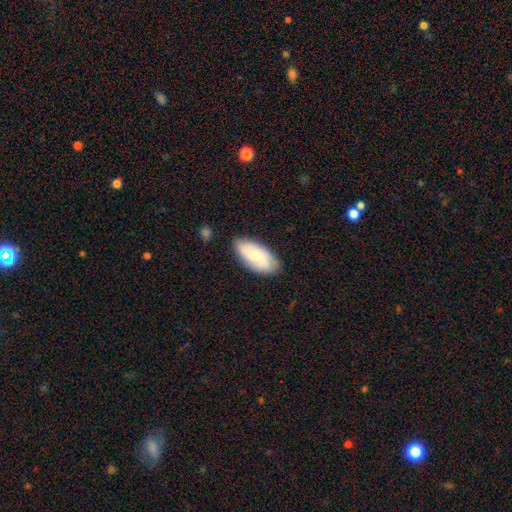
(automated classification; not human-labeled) Q: Smooth or featured?
A: smooth (72%); runner-up: featured or disk (22%)
Q: How rounded?
A: in between (91%); runner-up: cigar-shaped (7%)
Q: Merging?
A: none (79%); runner-up: minor disturbance (17%)